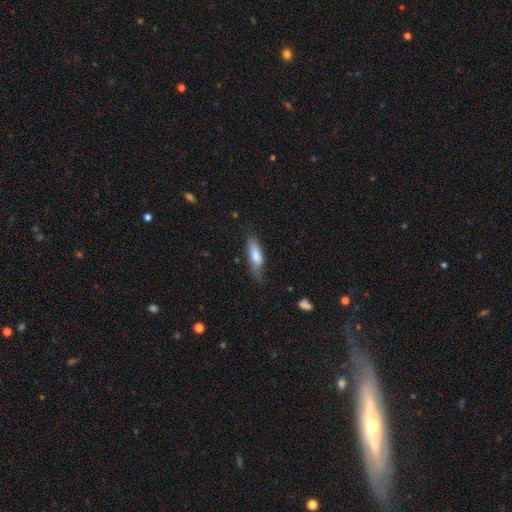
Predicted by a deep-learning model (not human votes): This is likely a smooth galaxy (74%). How rounded: possibly in between (53%). Merging: possibly none (53%).